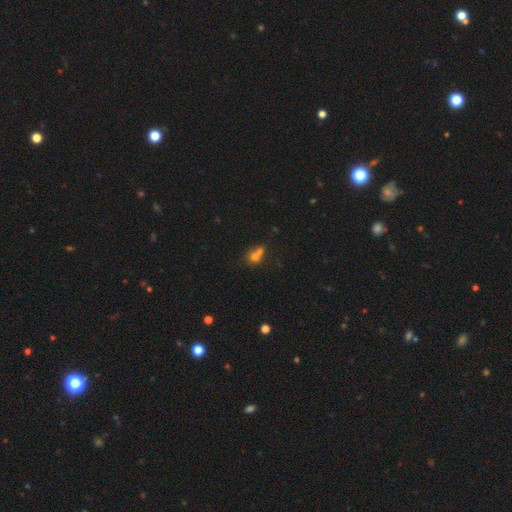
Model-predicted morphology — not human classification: This is likely a smooth galaxy (66%). How rounded: possibly round (59%). Merging: possibly merger (47%).